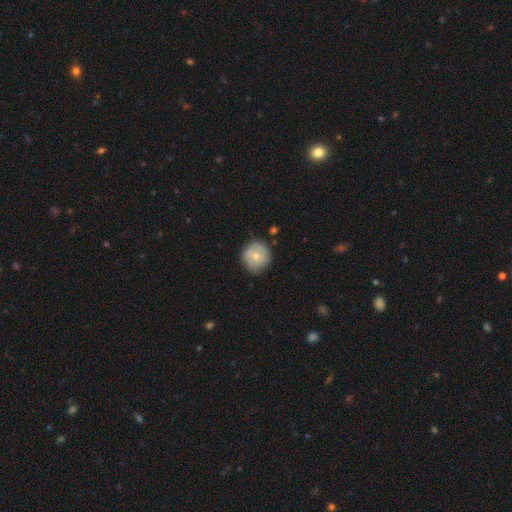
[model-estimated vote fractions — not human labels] Morphology: type=smooth (52%); roundness=round (90%); merging=none (72%).